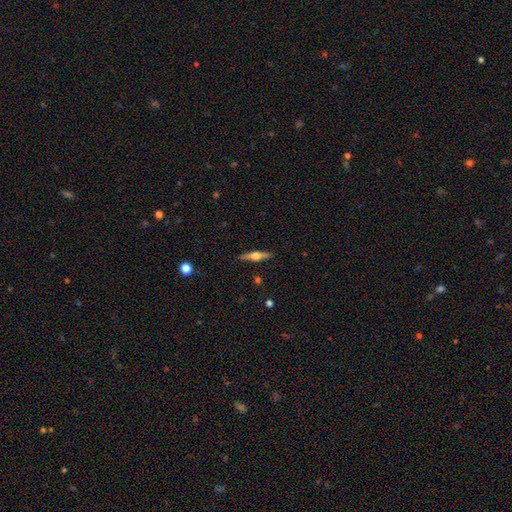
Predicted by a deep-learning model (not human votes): Smooth or featured: featured or disk — 64% (smooth — 30%)
Edge-on disk: yes — 97% (no — 3%)
Edge-on bulge: rounded — 93% (boxy — 5%)
Merging: none — 89% (minor disturbance — 8%)